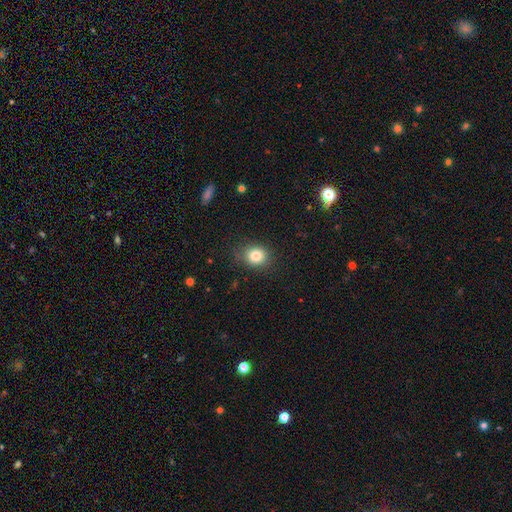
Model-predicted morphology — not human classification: Q: Smooth or featured?
A: smooth (83%); runner-up: star or artifact (11%)
Q: How rounded?
A: round (68%); runner-up: in between (31%)
Q: Merging?
A: none (82%); runner-up: minor disturbance (13%)